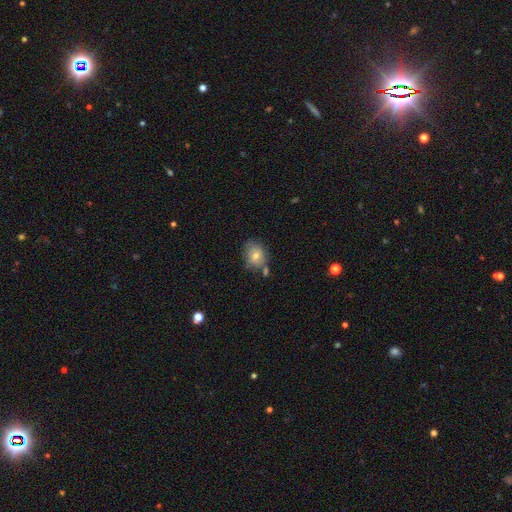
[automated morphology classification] type=smooth (71%); roundness=in between (51%); merging=none (66%).